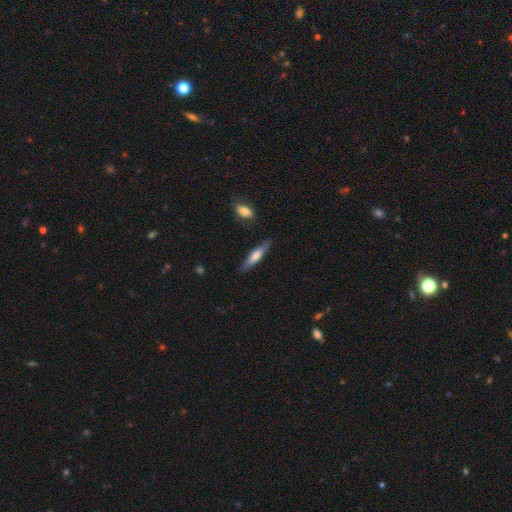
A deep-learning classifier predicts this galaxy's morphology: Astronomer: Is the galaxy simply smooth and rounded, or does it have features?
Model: smooth — 55% (runner-up: featured or disk, 40%).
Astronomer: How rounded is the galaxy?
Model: cigar-shaped — 83%.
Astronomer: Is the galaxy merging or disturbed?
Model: none — 84%.